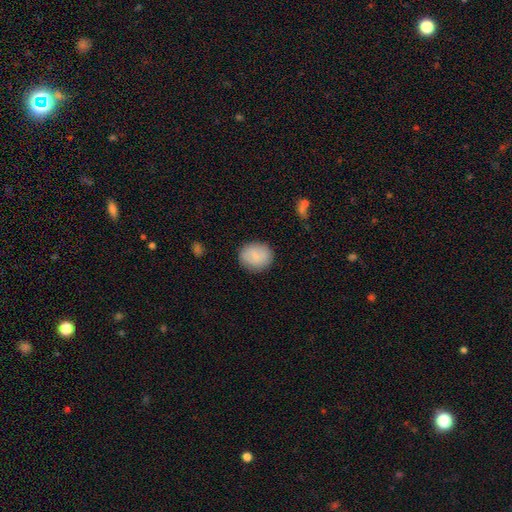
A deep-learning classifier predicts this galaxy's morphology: The model was most divided on "how rounded": round: 60%, in between: 39%, cigar-shaped: 1%. More confident: merging — none (85%); smooth or featured — smooth (83%).